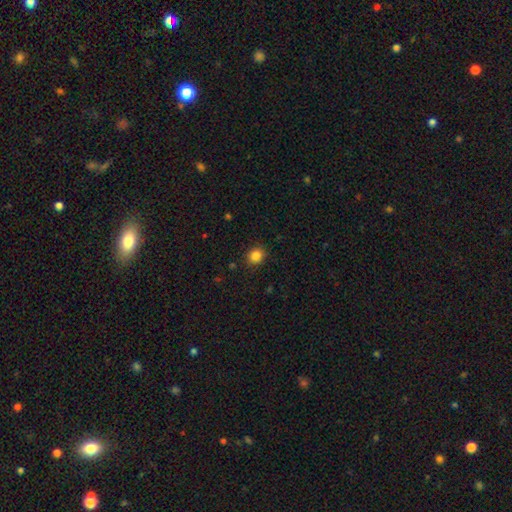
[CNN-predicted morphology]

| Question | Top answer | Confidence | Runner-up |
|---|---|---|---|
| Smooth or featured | smooth | 85% | star or artifact (11%) |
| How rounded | round | 80% | in between (19%) |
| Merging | none | 89% | minor disturbance (8%) |